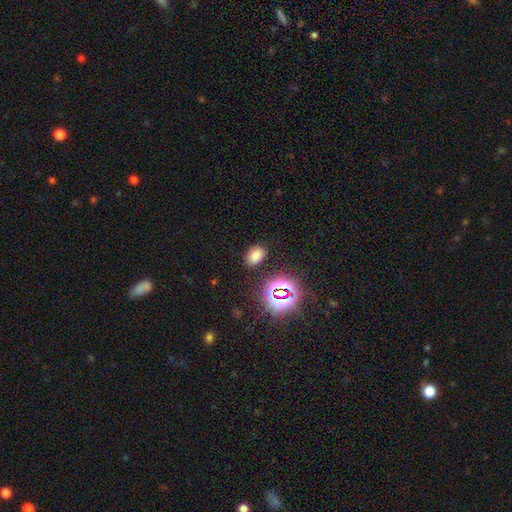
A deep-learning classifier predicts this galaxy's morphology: Overall: smooth (71%). How rounded: in between (81%). Merging: none (84%).